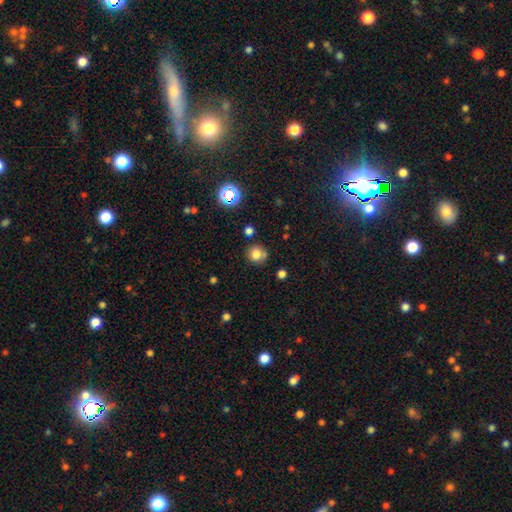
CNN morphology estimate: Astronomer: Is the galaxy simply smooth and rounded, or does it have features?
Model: smooth — 78%.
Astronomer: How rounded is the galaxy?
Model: round — 87%.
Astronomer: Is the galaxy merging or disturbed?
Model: none — 73%.